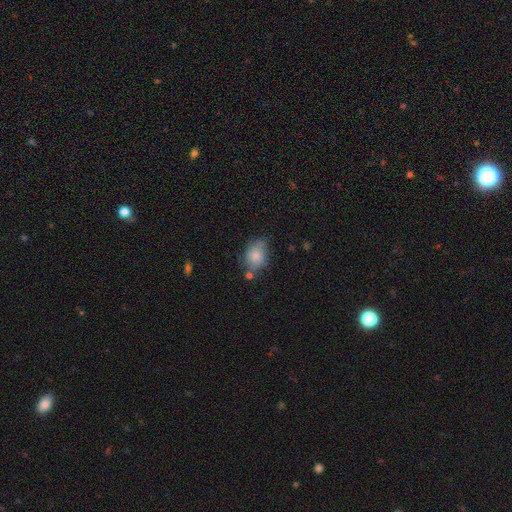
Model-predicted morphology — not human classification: This is likely a smooth galaxy (76%). How rounded: likely in between (66%). Merging: possibly none (49%).